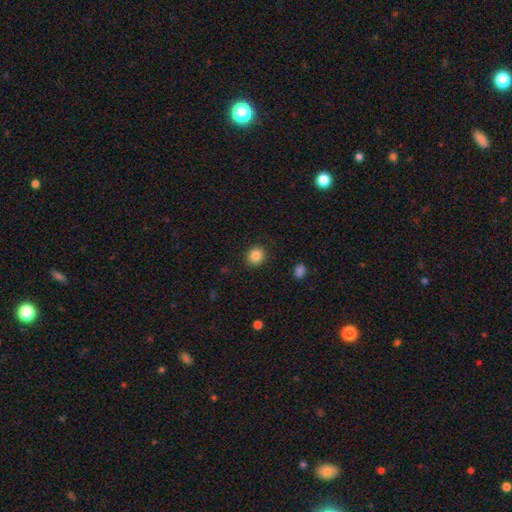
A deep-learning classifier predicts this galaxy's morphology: A smooth galaxy with no disk features (86%) that is round (86%).

Vote fractions:
- Smooth or featured? smooth: 86% / star or artifact: 10% / featured or disk: 4%
- How rounded? round: 86% / in between: 13% / cigar-shaped: 1%
- Merging? none: 90% / minor disturbance: 7% / major disturbance: 2% / merger: 1%